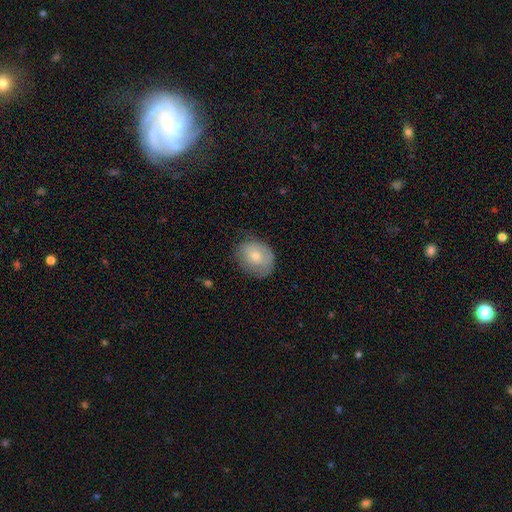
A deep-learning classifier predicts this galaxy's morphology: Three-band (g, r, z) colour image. It shows a smooth galaxy with no disk features (72%) that is round (50%). Merging: none (65%).